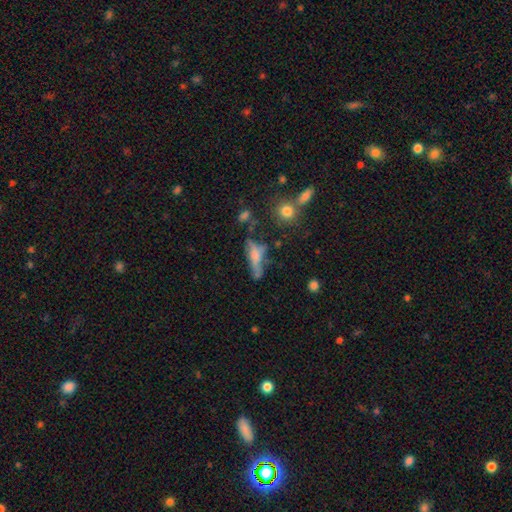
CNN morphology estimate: Q: Smooth or featured?
A: smooth (49%); runner-up: featured or disk (38%)
Q: Merging?
A: none (37%); runner-up: major disturbance (25%)